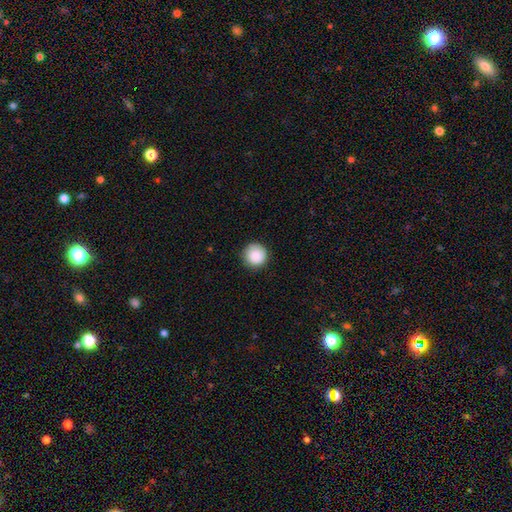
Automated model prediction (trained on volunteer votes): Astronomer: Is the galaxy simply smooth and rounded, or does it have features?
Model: smooth — 89%.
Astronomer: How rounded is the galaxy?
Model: round — 96%.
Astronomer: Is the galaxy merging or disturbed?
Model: none — 89%.